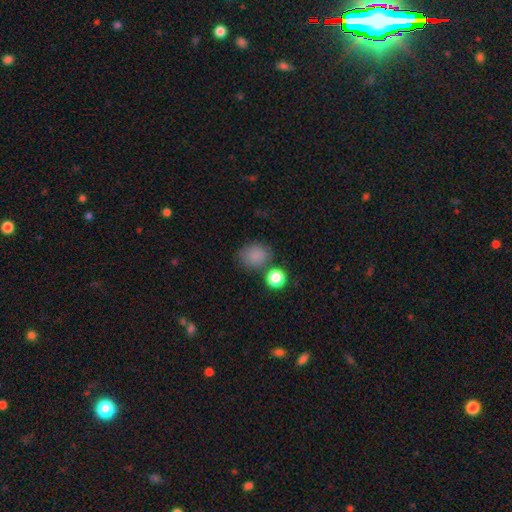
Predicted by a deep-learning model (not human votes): Smooth or featured?
  - smooth: 83% *
  - star or artifact: 12%
  - featured or disk: 6%
How rounded?
  - round: 64% *
  - in between: 36%
  - cigar-shaped: 1%
Merging?
  - none: 69% *
  - minor disturbance: 16%
  - merger: 10%
  - major disturbance: 6%